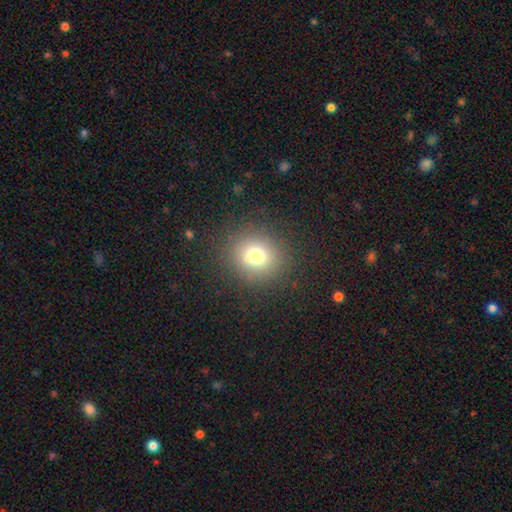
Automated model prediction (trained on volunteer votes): A smooth galaxy with no disk features (71%) that is round (83%). Merging: none (80%).